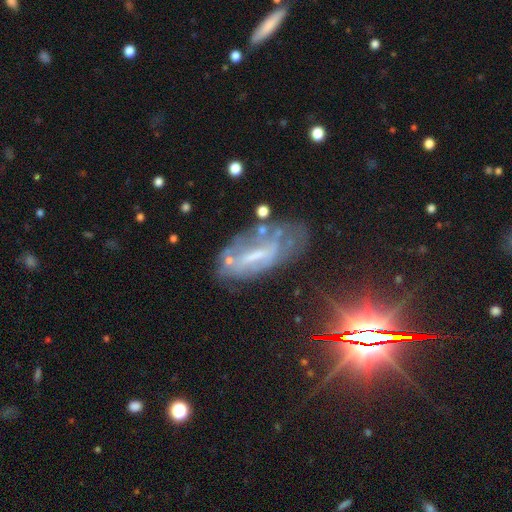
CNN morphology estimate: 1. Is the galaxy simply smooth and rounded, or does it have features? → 61% featured or disk, 23% smooth, 16% star or artifact.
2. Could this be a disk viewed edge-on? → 85% no, 15% yes.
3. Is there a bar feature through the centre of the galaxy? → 41% weak, 30% strong, 30% no.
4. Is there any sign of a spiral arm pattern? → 51% no, 49% yes.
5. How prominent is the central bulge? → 37% small, 30% moderate, 29% none, 3% large, 1% dominant.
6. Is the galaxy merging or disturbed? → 51% none, 26% minor disturbance, 18% major disturbance, 6% merger.